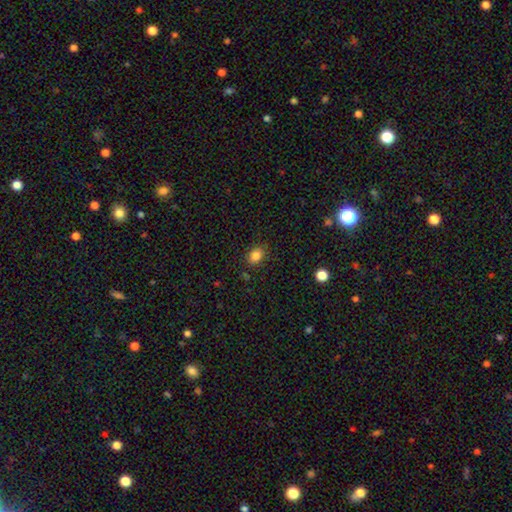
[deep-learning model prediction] Smooth or featured? Predicted: smooth (p=0.84). How rounded? Predicted: in between (p=0.55). Merging? Predicted: none (p=0.85).